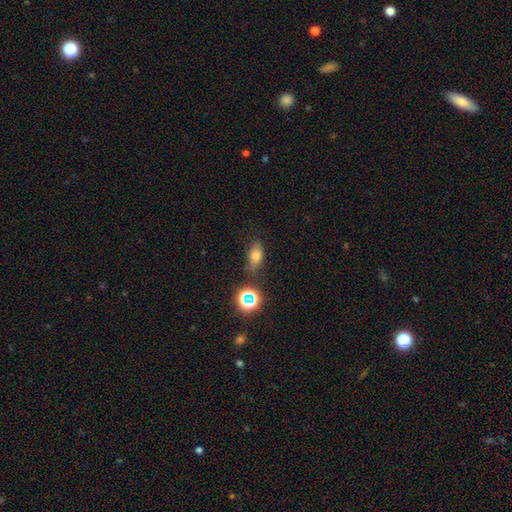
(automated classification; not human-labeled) Smooth or featured?
  - smooth: 69% *
  - star or artifact: 18%
  - featured or disk: 13%
How rounded?
  - in between: 79% *
  - round: 14%
  - cigar-shaped: 7%
Merging?
  - none: 70% *
  - minor disturbance: 20%
  - major disturbance: 6%
  - merger: 4%